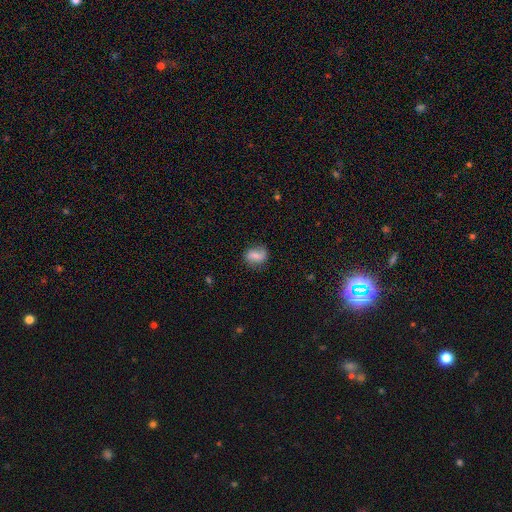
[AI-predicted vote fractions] This appears to be a smooth galaxy with no disk features (59%) that is in between round and cigar-shaped (55%). Merging: none (65%).